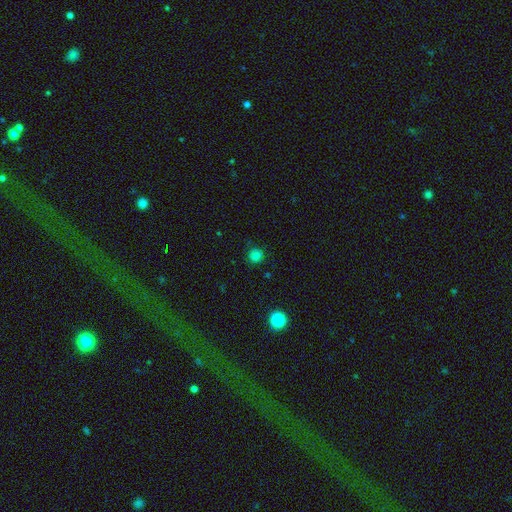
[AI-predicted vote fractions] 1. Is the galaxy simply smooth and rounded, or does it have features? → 79% smooth, 16% star or artifact, 5% featured or disk.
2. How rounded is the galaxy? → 93% round, 6% in between, 1% cigar-shaped.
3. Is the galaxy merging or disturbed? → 84% none, 11% minor disturbance, 3% major disturbance, 2% merger.